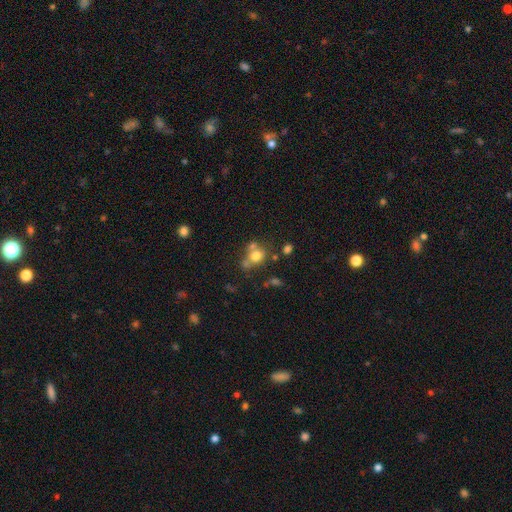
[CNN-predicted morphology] A smooth galaxy with no disk features (71%) that is round (70%).

Vote fractions:
- Smooth or featured? smooth: 71% / featured or disk: 15% / star or artifact: 14%
- How rounded? round: 70% / in between: 29% / cigar-shaped: 1%
- Merging? none: 48% / merger: 34% / minor disturbance: 13% / major disturbance: 6%